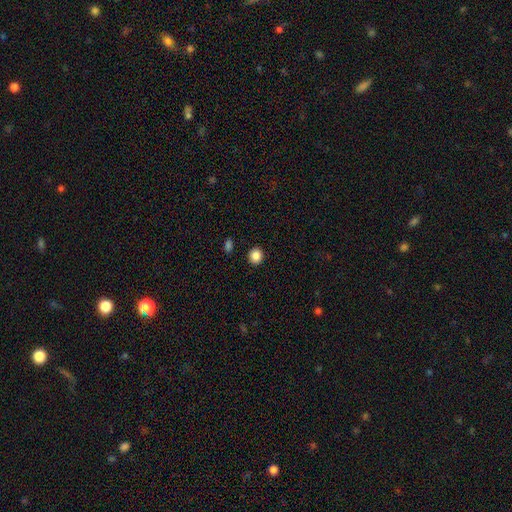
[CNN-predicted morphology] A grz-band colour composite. It shows a smooth galaxy with no disk features (86%) that is round (83%). Merging: none (91%).